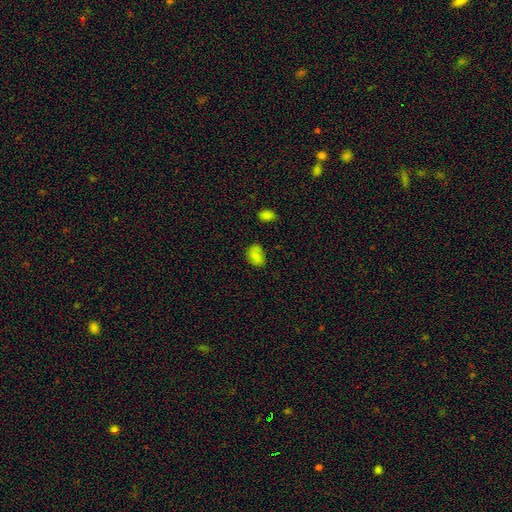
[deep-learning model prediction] A smooth galaxy with no disk features (78%) that is in between round and cigar-shaped (72%). Merging: none (68%).